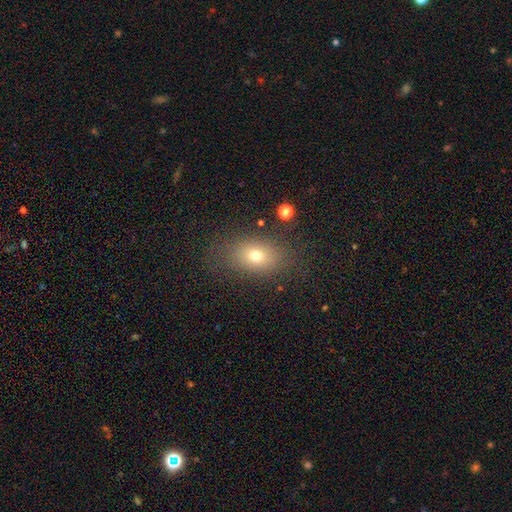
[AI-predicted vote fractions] smooth-or-featured: smooth: 70% | star or artifact: 15% | featured or disk: 15%
  how-rounded: in between: 73% | round: 25% | cigar-shaped: 2%
  merging: none: 79% | minor disturbance: 12% | major disturbance: 7% | merger: 2%